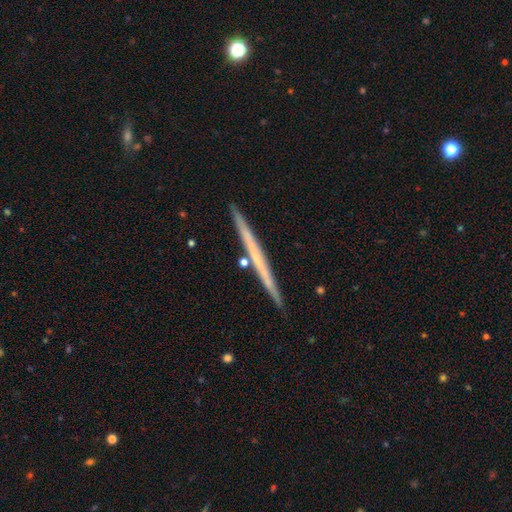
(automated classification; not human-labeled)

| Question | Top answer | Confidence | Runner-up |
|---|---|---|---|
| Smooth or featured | featured or disk | 54% | smooth (41%) |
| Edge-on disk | yes | 97% | no (3%) |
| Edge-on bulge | none | 90% | rounded (7%) |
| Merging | none | 89% | minor disturbance (7%) |